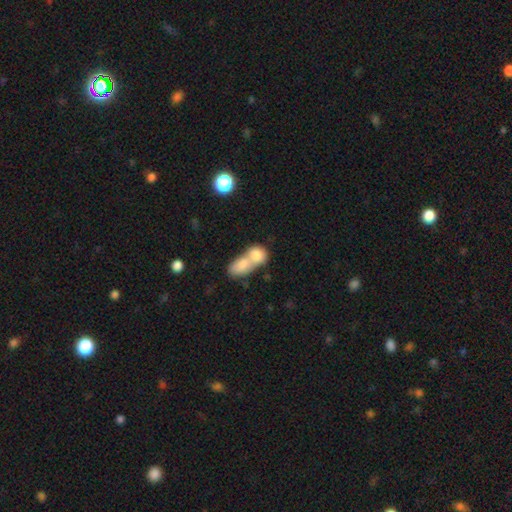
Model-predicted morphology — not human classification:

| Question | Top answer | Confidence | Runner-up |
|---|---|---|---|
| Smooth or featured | smooth | 79% | featured or disk (14%) |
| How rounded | in between | 65% | round (31%) |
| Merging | merger | 77% | none (15%) |